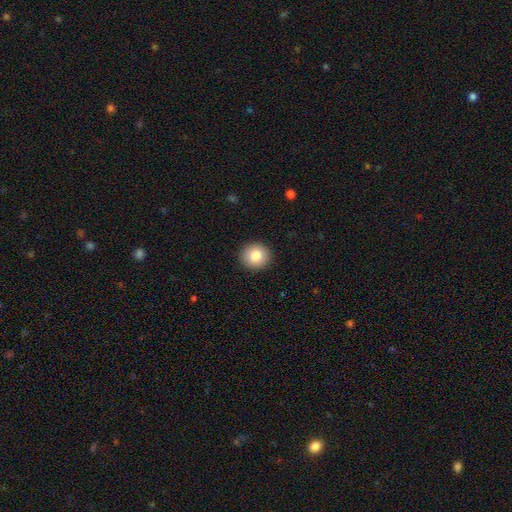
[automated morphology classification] The model was most divided on "smooth or featured": smooth: 84%, star or artifact: 9%, featured or disk: 7%. More confident: merging — none (93%); how rounded — round (90%).